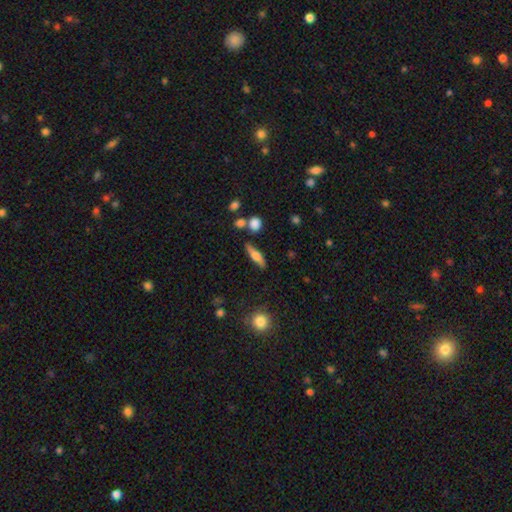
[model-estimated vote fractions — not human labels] This is possibly a smooth galaxy (51%). How rounded: likely cigar-shaped (63%). Merging: clearly none (81%).